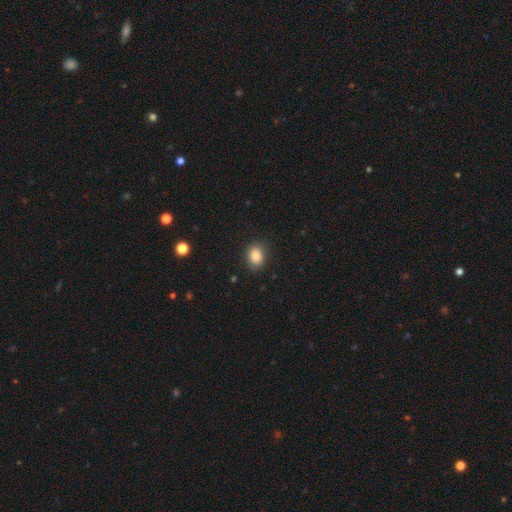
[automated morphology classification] smooth_or_featured: smooth (p=0.86) [alt: star or artifact p=0.10]
how_rounded: in between (p=0.55) [alt: round p=0.44]
merging: none (p=0.86) [alt: minor disturbance p=0.10]